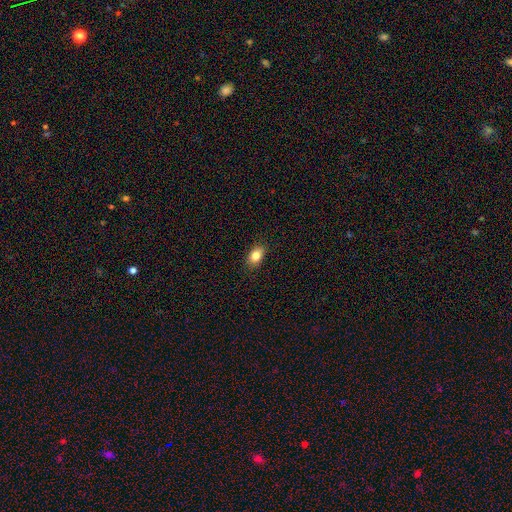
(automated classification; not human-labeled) Overall: smooth (83%). How rounded: in between (80%). Merging: none (86%).